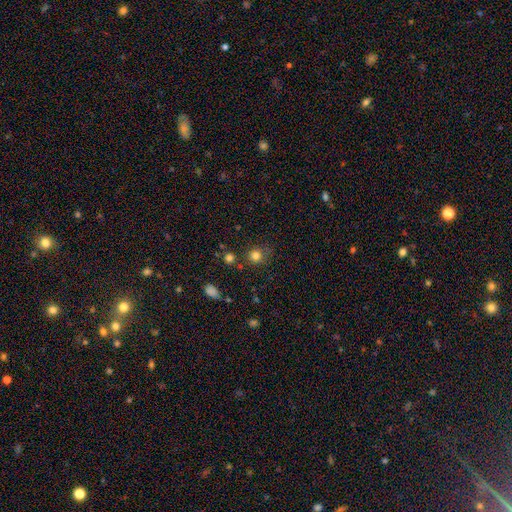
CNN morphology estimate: Smooth or featured?
  - smooth: 80% *
  - star or artifact: 14%
  - featured or disk: 6%
How rounded?
  - round: 87% *
  - in between: 12%
  - cigar-shaped: 1%
Merging?
  - none: 74% *
  - minor disturbance: 14%
  - merger: 6%
  - major disturbance: 5%